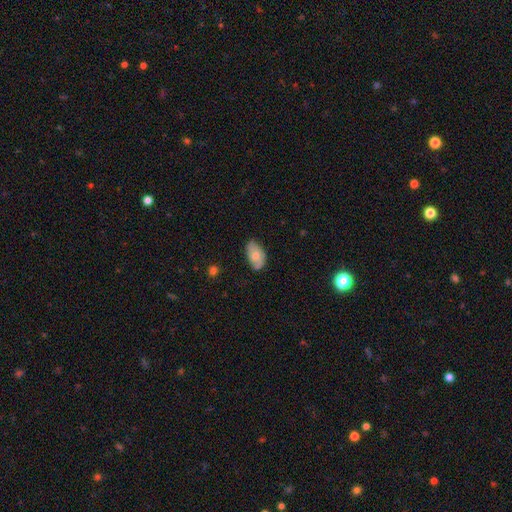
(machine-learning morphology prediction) type=smooth (67%); roundness=in between (93%); merging=none (68%).